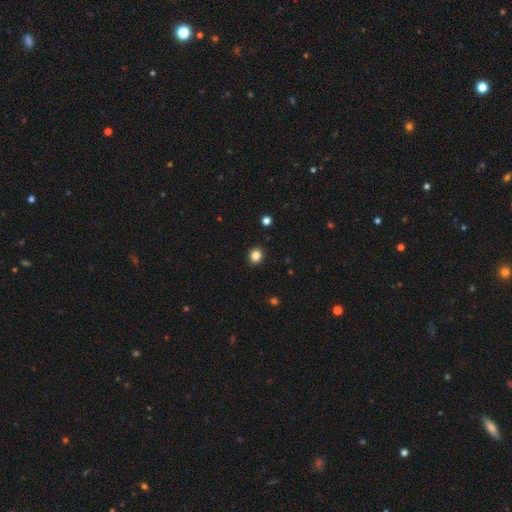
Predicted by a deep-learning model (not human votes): A smooth galaxy with no disk features (84%) that is round (77%).

Vote fractions:
- Smooth or featured? smooth: 84% / star or artifact: 12% / featured or disk: 4%
- How rounded? round: 77% / in between: 23% / cigar-shaped: 1%
- Merging? none: 92% / minor disturbance: 6% / major disturbance: 2% / merger: 1%